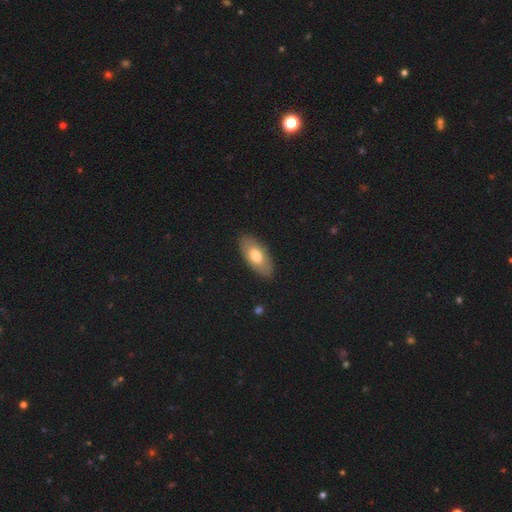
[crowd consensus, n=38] Q: Smooth or featured?
A: smooth (74%); runner-up: featured or disk (26%)
Q: How rounded?
A: in between (89%); runner-up: round (11%)
Q: Merging?
A: none (79%); runner-up: minor disturbance (16%)